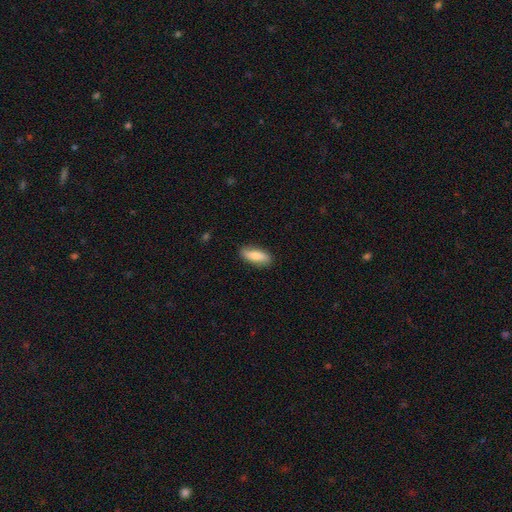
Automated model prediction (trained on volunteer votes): A smooth galaxy with no disk features (75%) that is in between round and cigar-shaped (67%). Merging: none (84%).